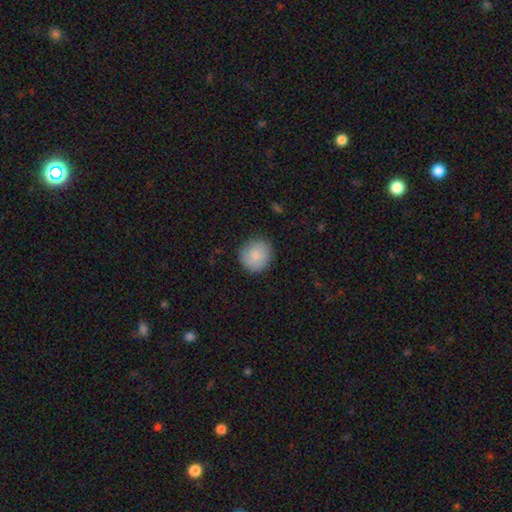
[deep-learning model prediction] A smooth galaxy with no disk features (83%) that is round (90%).

Vote fractions:
- Smooth or featured? smooth: 83% / featured or disk: 10% / star or artifact: 6%
- How rounded? round: 90% / in between: 9% / cigar-shaped: 1%
- Merging? none: 85% / minor disturbance: 12% / major disturbance: 3% / merger: 1%